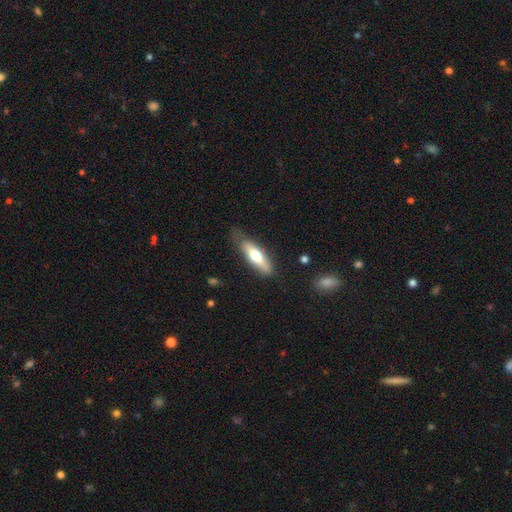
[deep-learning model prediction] Morphology: type=smooth (61%); roundness=cigar-shaped (57%); merging=none (70%).